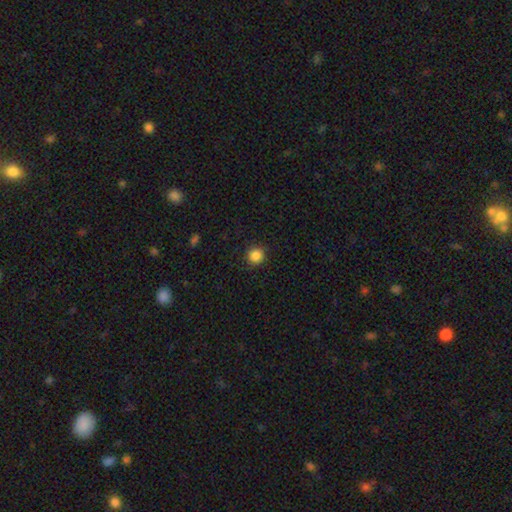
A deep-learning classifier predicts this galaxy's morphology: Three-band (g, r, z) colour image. It shows a smooth galaxy with no disk features (86%) that is round (94%). Merging: none (90%).